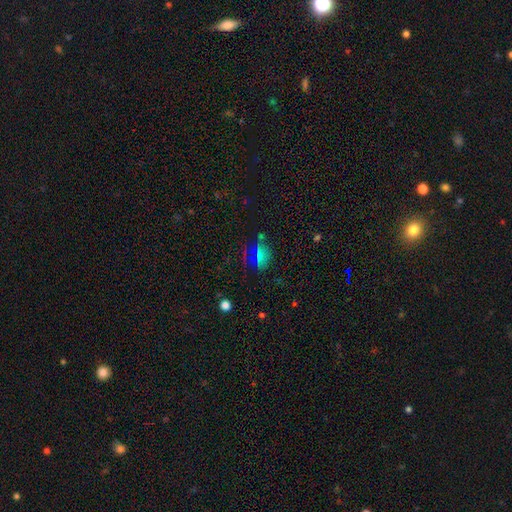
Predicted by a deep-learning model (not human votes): Morphology: type=smooth (48%); merging=none (67%).